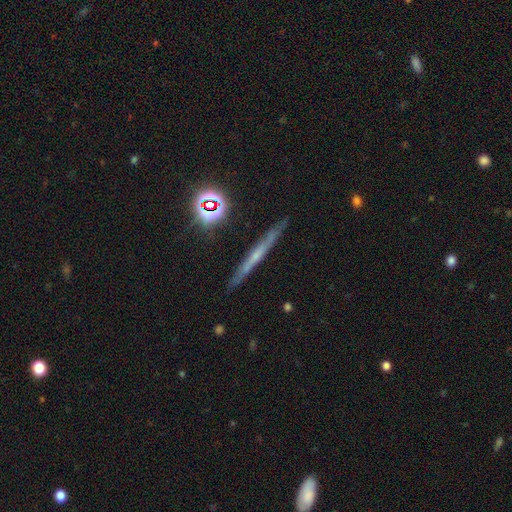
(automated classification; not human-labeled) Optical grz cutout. It shows a featured or disk galaxy (52%) viewed edge-on (94%). Merging: none (88%).